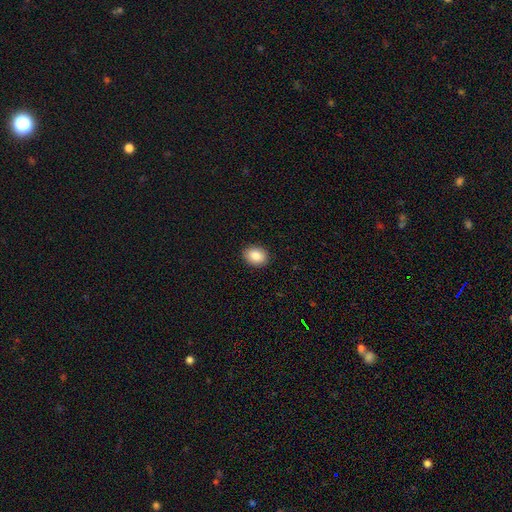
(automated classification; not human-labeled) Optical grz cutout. It shows a smooth galaxy with no disk features (87%) that is in between round and cigar-shaped (58%). Merging: none (91%).